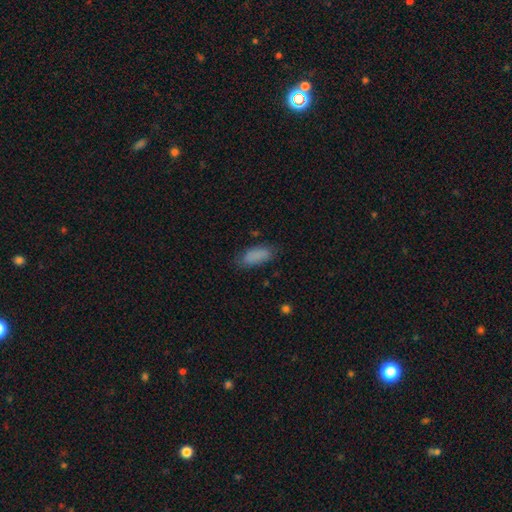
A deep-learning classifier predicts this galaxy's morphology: smooth 85%, star or artifact 8%, featured or disk 7%. Down the decision tree: how rounded — in between (85%); merging — none (75%).